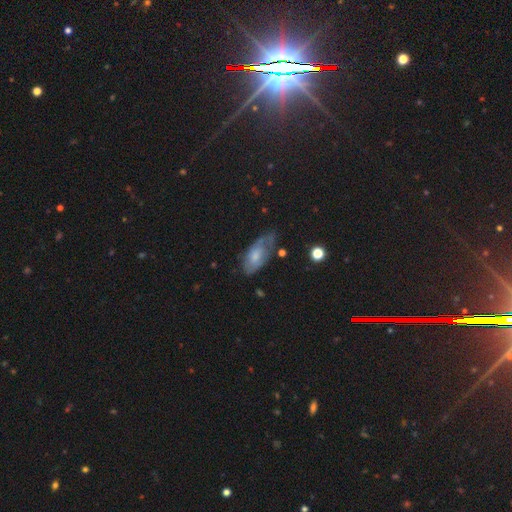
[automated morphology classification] Smooth or featured? Predicted: smooth (p=0.53). How rounded? Predicted: in between (p=0.89). Merging? Predicted: none (p=0.43).